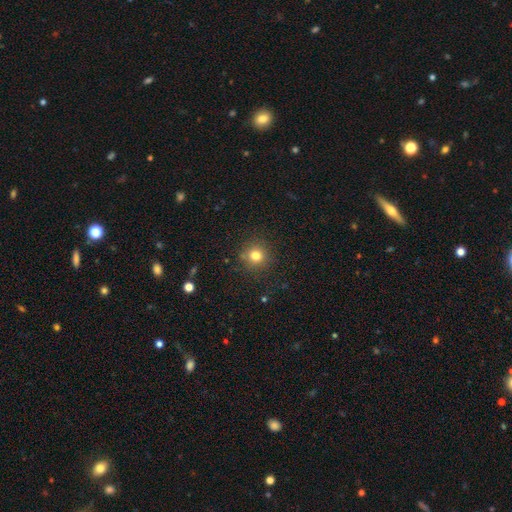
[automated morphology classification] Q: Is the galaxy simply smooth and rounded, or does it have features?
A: smooth — 78%.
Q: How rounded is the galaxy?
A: round — 93%.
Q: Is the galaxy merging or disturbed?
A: none — 88%.